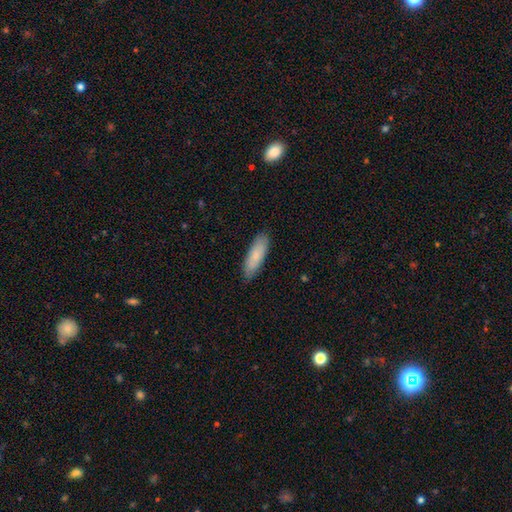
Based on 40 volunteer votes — smooth 85%, featured or disk 10%, star or artifact 5%. Down the decision tree: how rounded — cigar-shaped (56%); merging — none (89%).